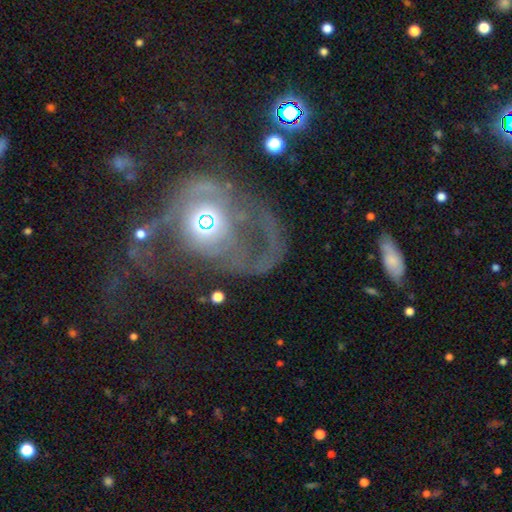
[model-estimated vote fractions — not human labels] smooth_or_featured: featured or disk (p=0.68) [alt: smooth p=0.21]
disk_edge_on: no (p=0.96) [alt: yes p=0.04]
bar: no (p=0.81) [alt: weak p=0.15]
has_spiral_arms: yes (p=0.61) [alt: no p=0.39]
bulge_size: moderate (p=0.50) [alt: small p=0.39]
merging: major disturbance (p=0.61) [alt: none p=0.20]